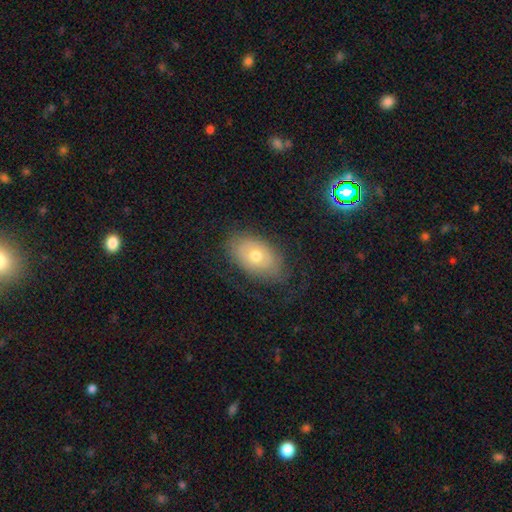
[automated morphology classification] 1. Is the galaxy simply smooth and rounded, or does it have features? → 57% smooth, 33% featured or disk, 10% star or artifact.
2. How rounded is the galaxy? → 88% in between, 10% round, 2% cigar-shaped.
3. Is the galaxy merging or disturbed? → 72% none, 19% minor disturbance, 8% major disturbance, 1% merger.